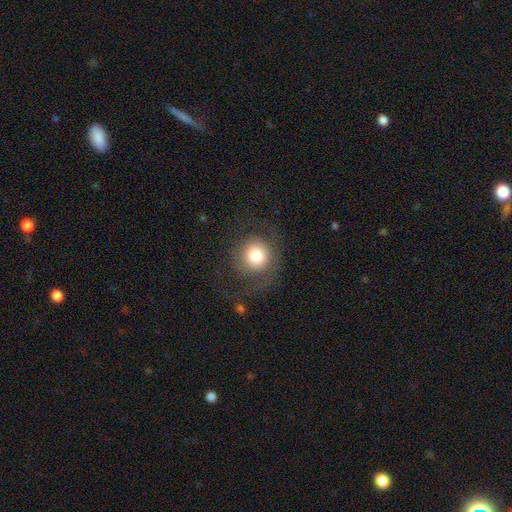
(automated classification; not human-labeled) Smooth or featured: smooth — 72% (featured or disk — 18%)
How rounded: round — 89% (in between — 10%)
Merging: none — 68% (major disturbance — 16%)